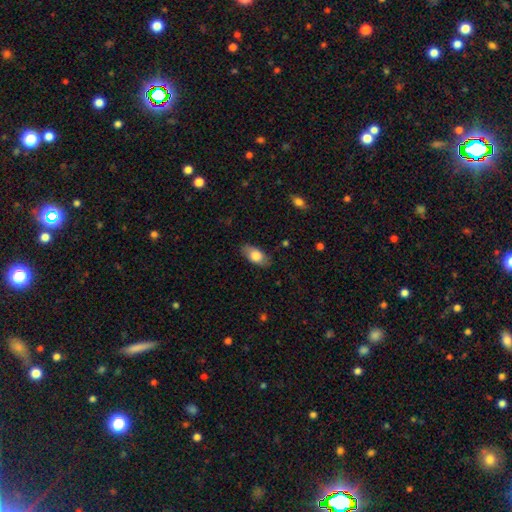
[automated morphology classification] Smooth or featured: smooth — 78% (featured or disk — 15%)
How rounded: in between — 90% (cigar-shaped — 5%)
Merging: none — 83% (minor disturbance — 13%)